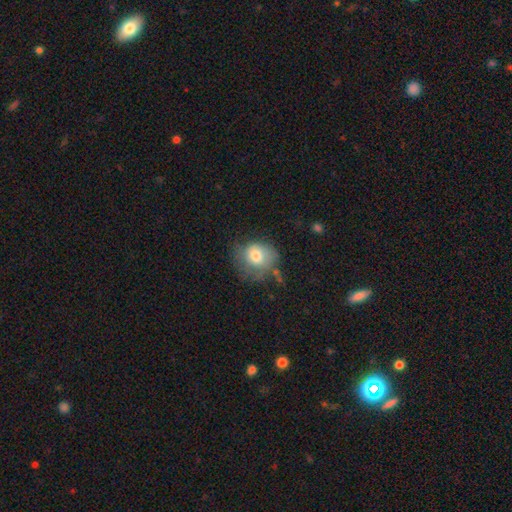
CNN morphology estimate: This appears to be a smooth galaxy with no disk features (74%) that is round (75%). Merging: none (52%).